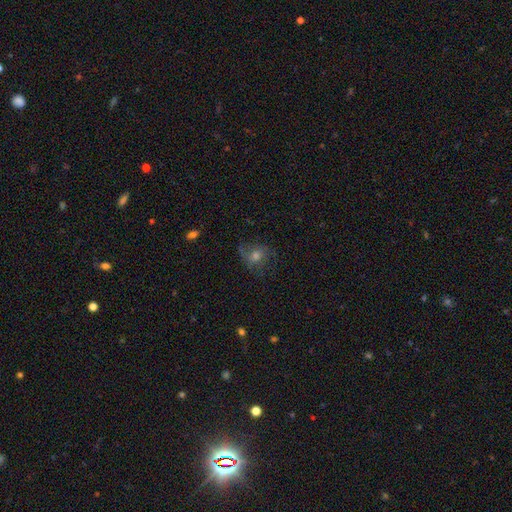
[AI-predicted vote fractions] This appears to be a featured or disk galaxy (42%). Merging: none (61%).